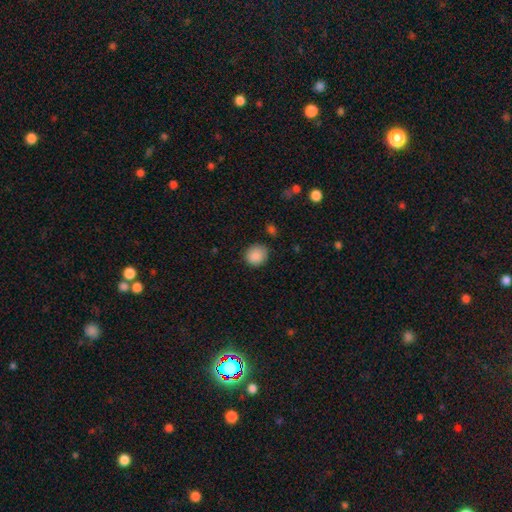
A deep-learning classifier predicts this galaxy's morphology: Q: Smooth or featured?
A: smooth (89%); runner-up: star or artifact (8%)
Q: How rounded?
A: round (81%); runner-up: in between (18%)
Q: Merging?
A: none (79%); runner-up: minor disturbance (16%)